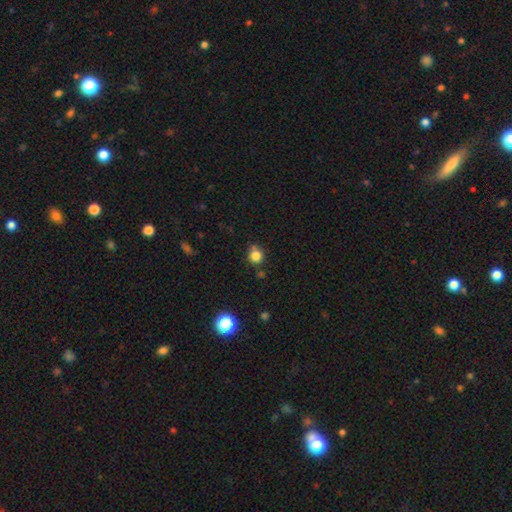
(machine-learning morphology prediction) A smooth galaxy with no disk features (81%) that is round (87%).

Vote fractions:
- Smooth or featured? smooth: 81% / star or artifact: 13% / featured or disk: 6%
- How rounded? round: 87% / in between: 12% / cigar-shaped: 1%
- Merging? none: 70% / minor disturbance: 17% / merger: 8% / major disturbance: 4%